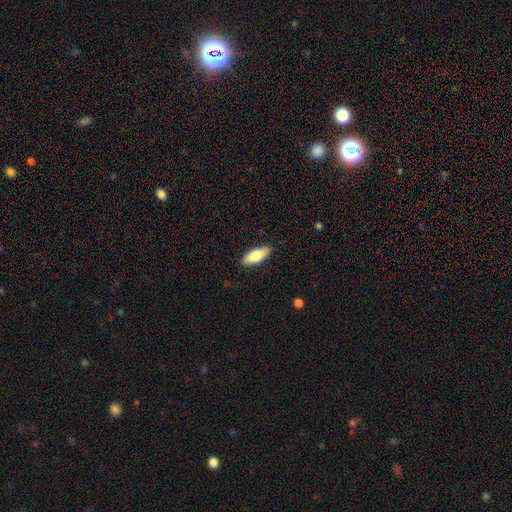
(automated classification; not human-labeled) Smooth or featured: smooth — 79% (featured or disk — 16%)
How rounded: in between — 77% (cigar-shaped — 21%)
Merging: none — 88% (minor disturbance — 10%)